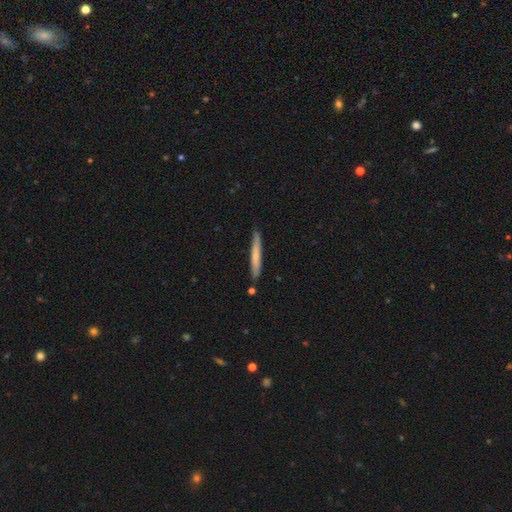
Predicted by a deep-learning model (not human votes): This appears to be a smooth galaxy with no disk features (63%) that is cigar-shaped (95%). Merging: none (83%).